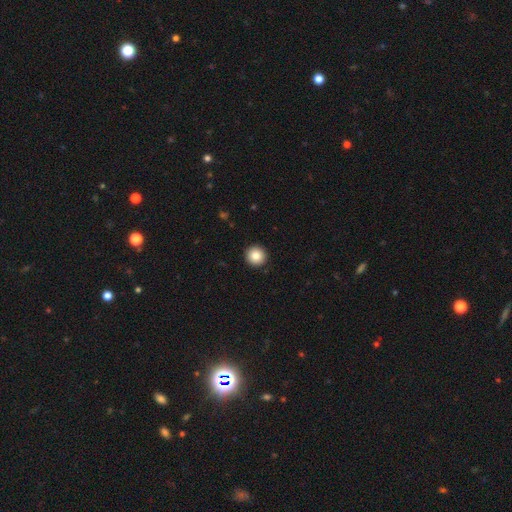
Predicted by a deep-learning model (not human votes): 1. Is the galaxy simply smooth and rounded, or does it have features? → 85% smooth, 9% star or artifact, 6% featured or disk.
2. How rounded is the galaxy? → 95% round, 4% in between, 1% cigar-shaped.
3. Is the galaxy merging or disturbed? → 93% none, 4% minor disturbance, 1% major disturbance, 1% merger.